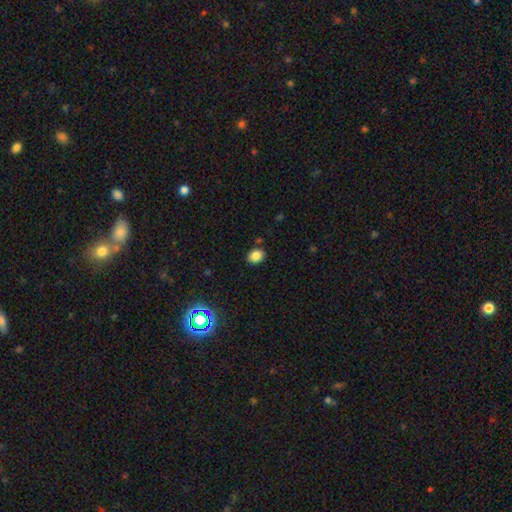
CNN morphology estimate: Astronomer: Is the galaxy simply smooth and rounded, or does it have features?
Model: smooth — 85%.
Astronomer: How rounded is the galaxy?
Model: in between — 55% (runner-up: round, 45%).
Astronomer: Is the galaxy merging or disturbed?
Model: none — 86%.